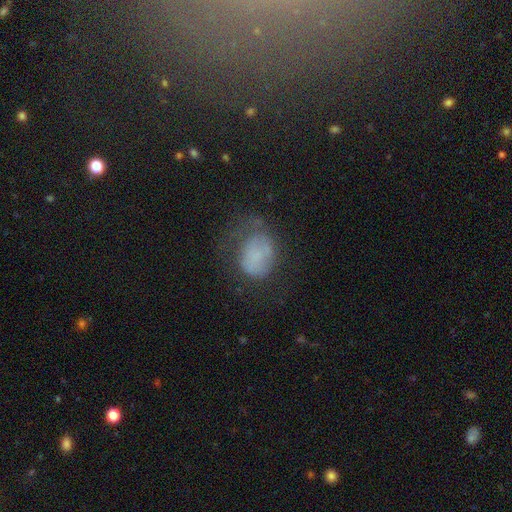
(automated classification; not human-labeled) smooth_or_featured: smooth (p=0.57) [alt: featured or disk p=0.30]
how_rounded: in between (p=0.62) [alt: round p=0.37]
merging: none (p=0.40) [alt: major disturbance p=0.32]